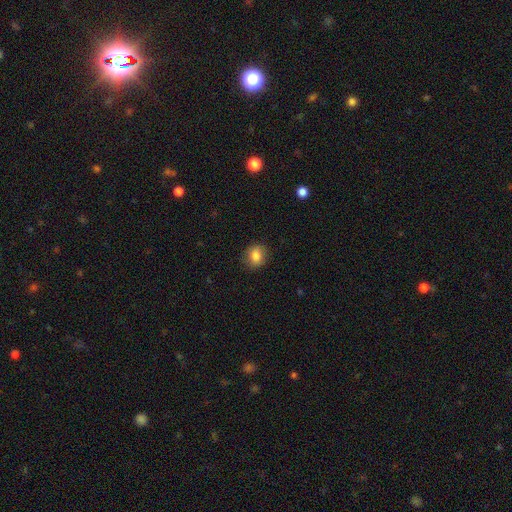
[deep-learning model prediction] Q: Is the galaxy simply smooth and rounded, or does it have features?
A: smooth — 82%.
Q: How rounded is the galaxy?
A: round — 69%.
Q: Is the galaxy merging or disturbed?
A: none — 86%.